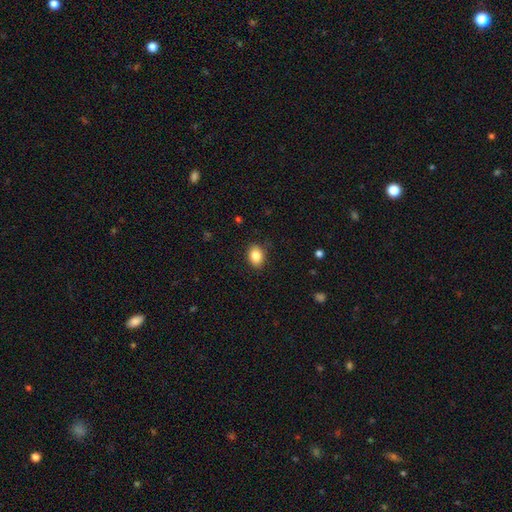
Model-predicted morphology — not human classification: Smooth or featured?
  - smooth: 86% *
  - star or artifact: 9%
  - featured or disk: 6%
How rounded?
  - in between: 69% *
  - round: 30%
  - cigar-shaped: 1%
Merging?
  - none: 87% *
  - minor disturbance: 10%
  - major disturbance: 2%
  - merger: 1%